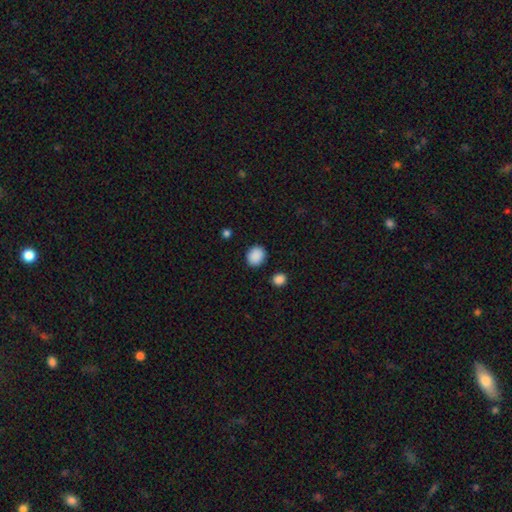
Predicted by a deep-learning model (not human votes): A smooth galaxy with no disk features (89%) that is round (70%). Merging: none (86%).